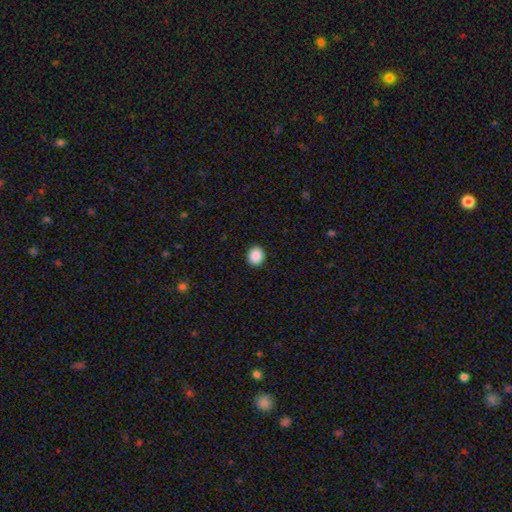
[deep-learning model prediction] A smooth galaxy with no disk features (89%) that is round (82%). Merging: none (92%).